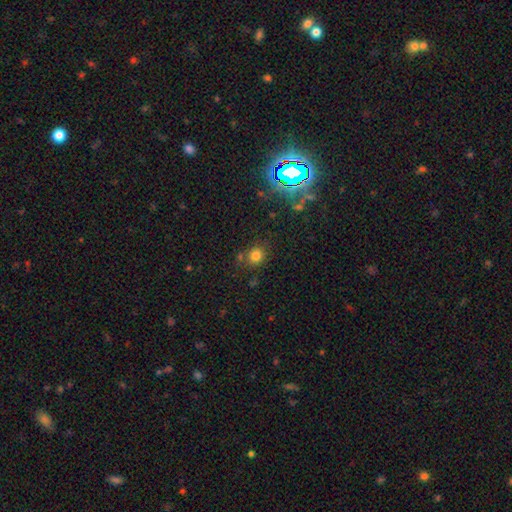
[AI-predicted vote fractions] Morphology: type=smooth (76%); roundness=round (78%); merging=none (75%).